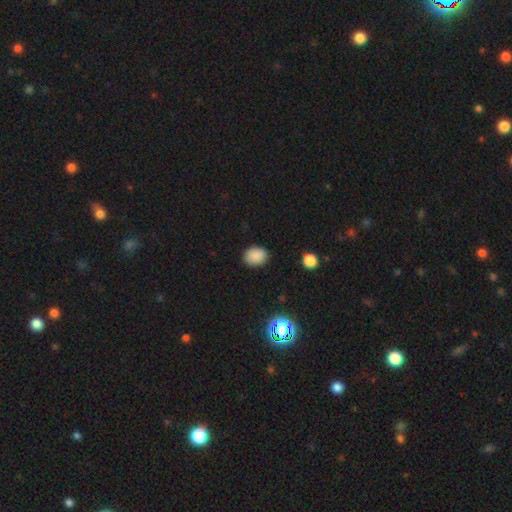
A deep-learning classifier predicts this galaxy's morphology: smooth 87%, star or artifact 10%, featured or disk 3%. Down the decision tree: how rounded — round (52%); merging — none (87%).